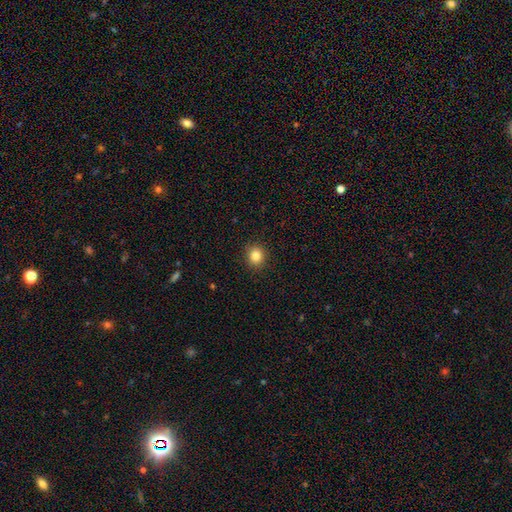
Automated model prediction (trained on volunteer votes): Smooth or featured? Predicted: smooth (p=0.84). How rounded? Predicted: round (p=0.80). Merging? Predicted: none (p=0.91).